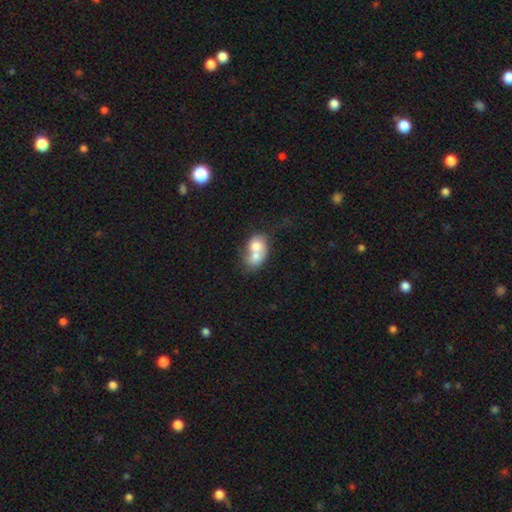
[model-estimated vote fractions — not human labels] smooth-or-featured: smooth: 64% | featured or disk: 29% | star or artifact: 7%
  how-rounded: in between: 57% | round: 42% | cigar-shaped: 1%
  merging: merger: 77% | none: 12% | minor disturbance: 6% | major disturbance: 5%